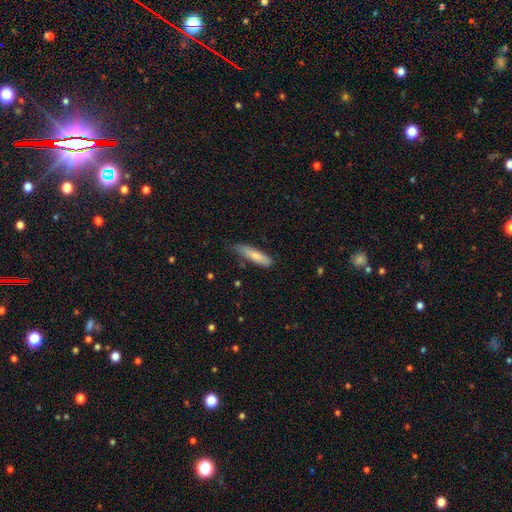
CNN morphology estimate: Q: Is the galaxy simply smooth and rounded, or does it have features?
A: smooth — 77%.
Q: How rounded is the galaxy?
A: cigar-shaped — 76%.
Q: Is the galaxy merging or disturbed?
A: none — 70%.